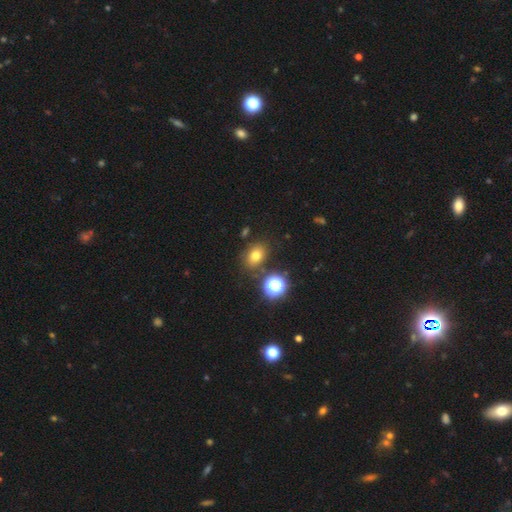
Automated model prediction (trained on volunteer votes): Morphology: type=smooth (72%); roundness=in between (59%); merging=none (79%).